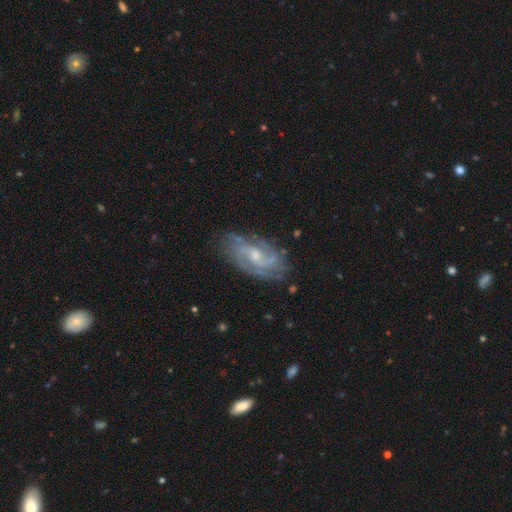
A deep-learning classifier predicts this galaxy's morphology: Smooth or featured: featured or disk — 86% (smooth — 8%)
Edge-on disk: no — 95% (yes — 5%)
Bar: no — 51% (weak — 41%)
Spiral arms: yes — 97% (no — 3%)
Spiral winding: medium — 44% (tied with tight — 44%)
Spiral arm count: 2 — 48% (3 — 20%)
Bulge size: small — 54% (moderate — 40%)
Merging: none — 77% (minor disturbance — 17%)